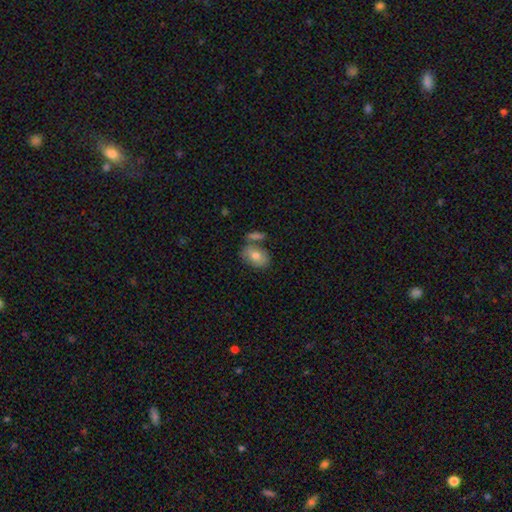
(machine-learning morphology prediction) Smooth or featured: smooth — 74% (featured or disk — 19%)
How rounded: in between — 77% (round — 21%)
Merging: none — 59% (merger — 22%)